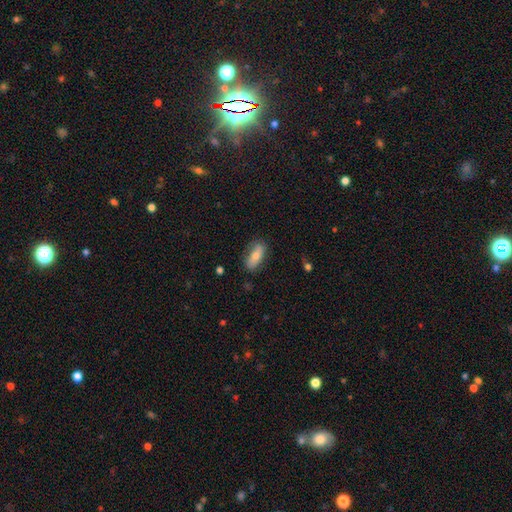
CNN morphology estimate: The model was most divided on "how rounded": in between: 70%, cigar-shaped: 27%, round: 3%. More confident: merging — none (77%); smooth or featured — smooth (70%).